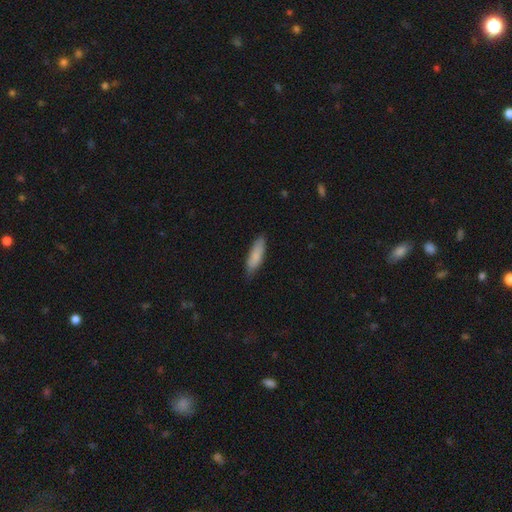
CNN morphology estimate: type=smooth (84%); roundness=cigar-shaped (53%); merging=none (78%).